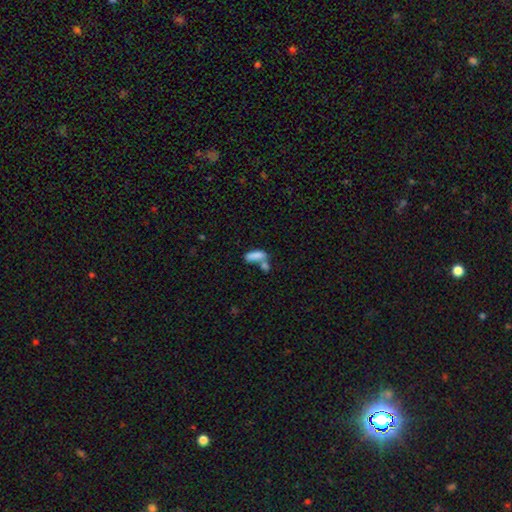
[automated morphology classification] Smooth or featured?
  - smooth: 82% *
  - featured or disk: 10%
  - star or artifact: 8%
How rounded?
  - in between: 65% *
  - cigar-shaped: 32%
  - round: 3%
Merging?
  - merger: 47% *
  - none: 36%
  - minor disturbance: 12%
  - major disturbance: 6%